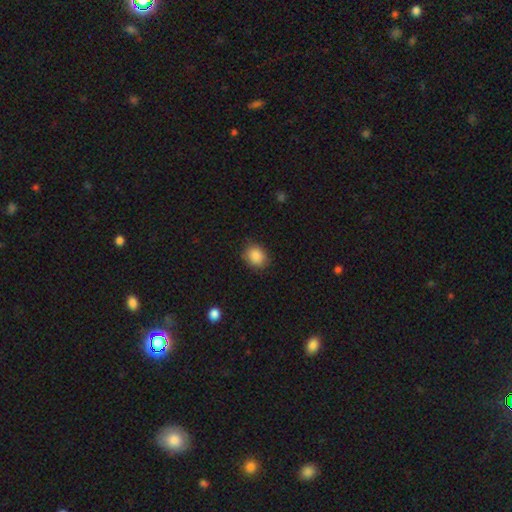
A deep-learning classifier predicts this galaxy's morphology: A smooth galaxy with no disk features (88%) that is round (54%). Merging: none (82%).